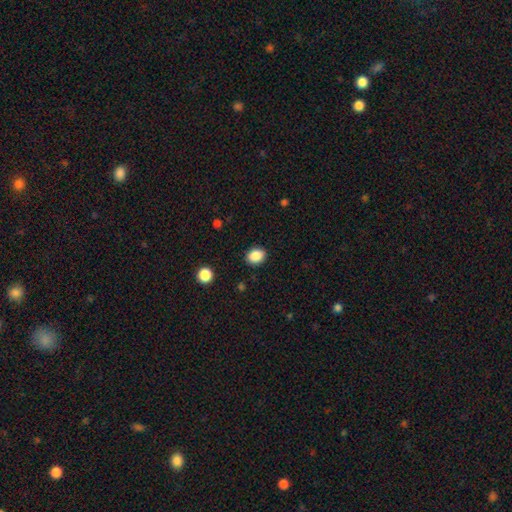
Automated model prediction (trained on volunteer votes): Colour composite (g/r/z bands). It shows a smooth galaxy with no disk features (88%) that is in between round and cigar-shaped (57%). Merging: none (88%).